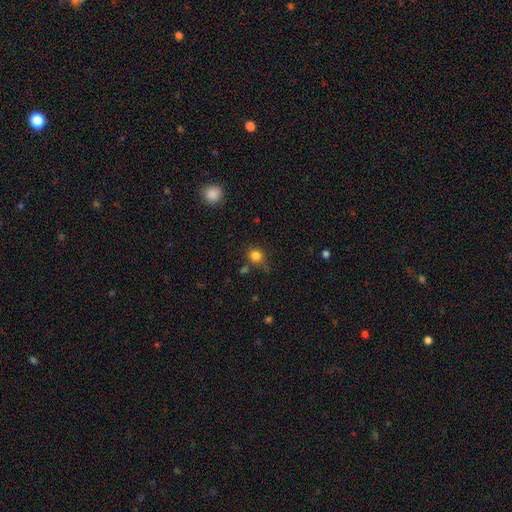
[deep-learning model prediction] Smooth or featured: smooth — 81% (star or artifact — 13%)
How rounded: round — 77% (in between — 22%)
Merging: none — 65% (minor disturbance — 22%)